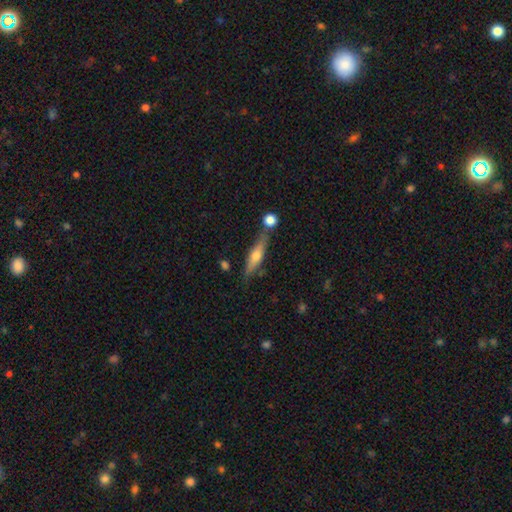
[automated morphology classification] smooth-or-featured: featured or disk: 51% | smooth: 43% | star or artifact: 6%
  disk-edge-on: yes: 91% | no: 9%
  merging: none: 70% | minor disturbance: 14% | merger: 12% | major disturbance: 4%